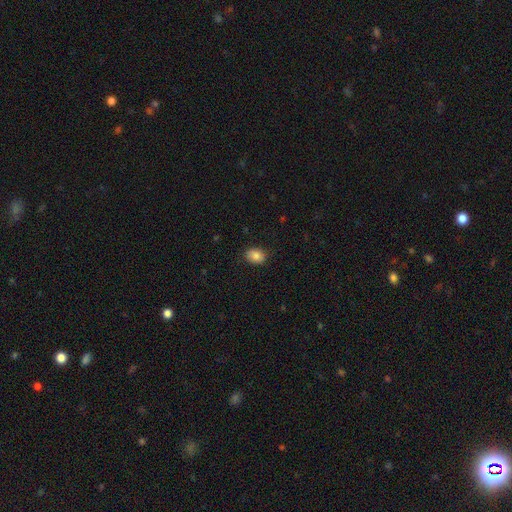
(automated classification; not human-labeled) Overall: smooth (85%). How rounded: in between (67%; round 32%). Merging: none (84%).